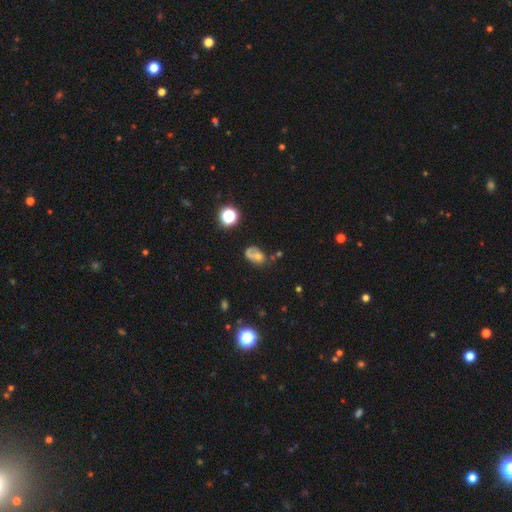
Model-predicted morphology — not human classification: The model was most divided on "merging": none: 37%, minor disturbance: 25%, major disturbance: 25%, merger: 13%. Remaining: smooth or featured — smooth (49%).